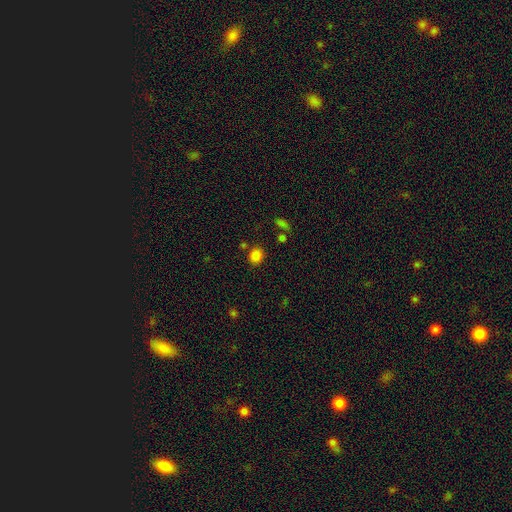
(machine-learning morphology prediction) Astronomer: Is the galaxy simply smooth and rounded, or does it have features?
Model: smooth — 83%.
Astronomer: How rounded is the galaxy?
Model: round — 67%.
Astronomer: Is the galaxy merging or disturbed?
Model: none — 81%.